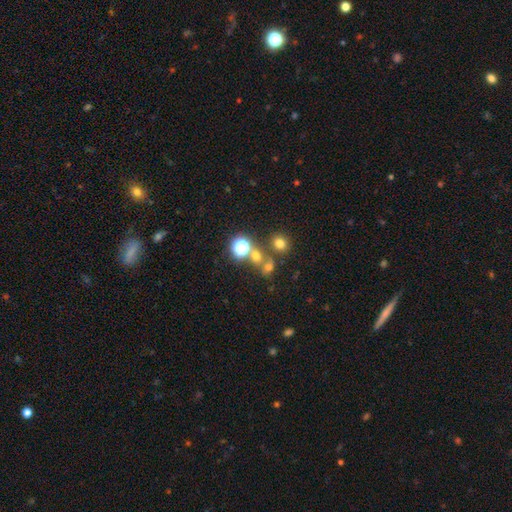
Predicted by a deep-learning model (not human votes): Smooth or featured? smooth (58%)
How rounded? round (78%)
Merging? none (58%)